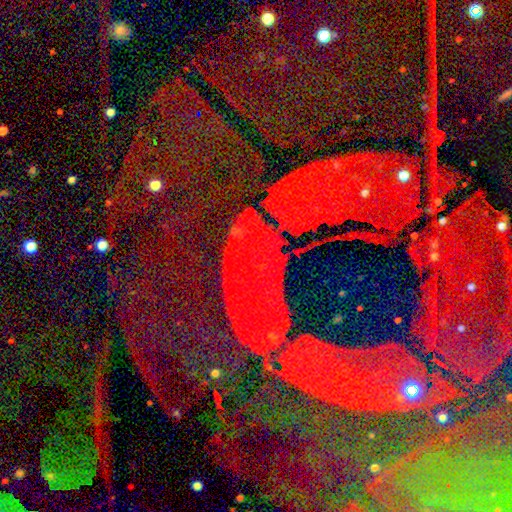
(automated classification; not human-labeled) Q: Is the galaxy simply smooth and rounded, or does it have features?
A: star or artifact — 85%.